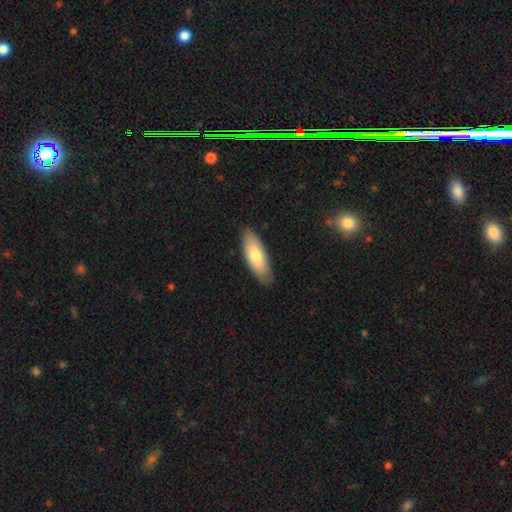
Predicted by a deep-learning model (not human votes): Smooth or featured?
  - smooth: 72% *
  - featured or disk: 23%
  - star or artifact: 5%
How rounded?
  - in between: 70% *
  - cigar-shaped: 28%
  - round: 2%
Merging?
  - none: 84% *
  - minor disturbance: 12%
  - major disturbance: 2%
  - merger: 1%